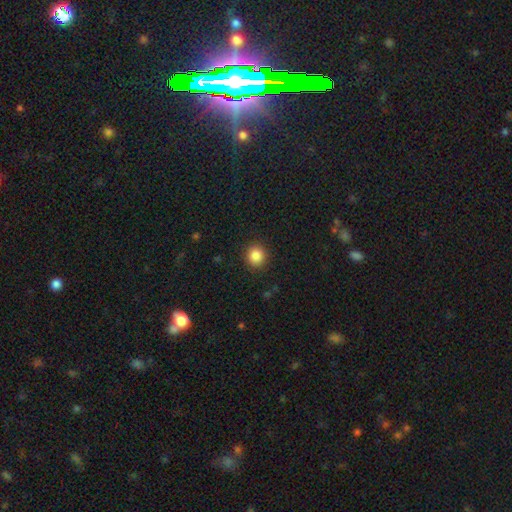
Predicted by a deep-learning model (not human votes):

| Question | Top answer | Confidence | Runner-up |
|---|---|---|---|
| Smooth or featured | smooth | 86% | star or artifact (10%) |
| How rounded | round | 91% | in between (8%) |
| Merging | none | 91% | minor disturbance (6%) |